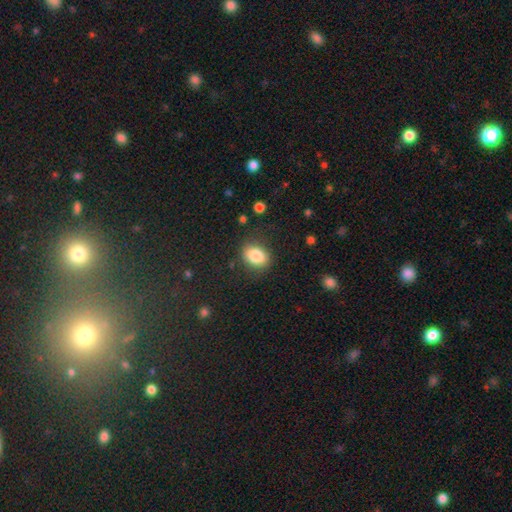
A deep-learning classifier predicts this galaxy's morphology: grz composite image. It shows a smooth galaxy with no disk features (85%) that is in between round and cigar-shaped (67%). Merging: none (77%).